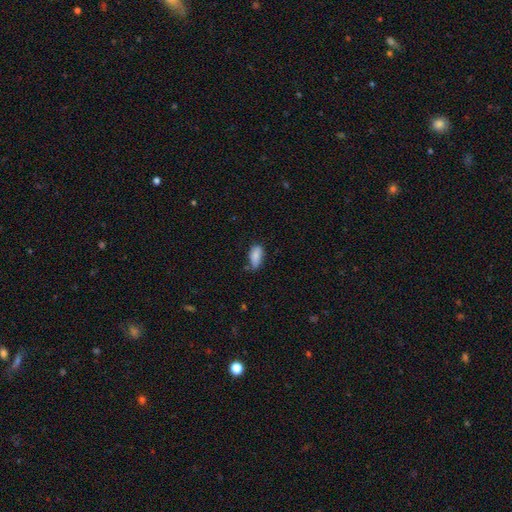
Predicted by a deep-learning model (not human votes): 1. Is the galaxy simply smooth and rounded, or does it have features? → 84% smooth, 8% featured or disk, 8% star or artifact.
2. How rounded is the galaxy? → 90% in between, 7% cigar-shaped, 3% round.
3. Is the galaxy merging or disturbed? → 52% none, 36% minor disturbance, 7% major disturbance, 4% merger.